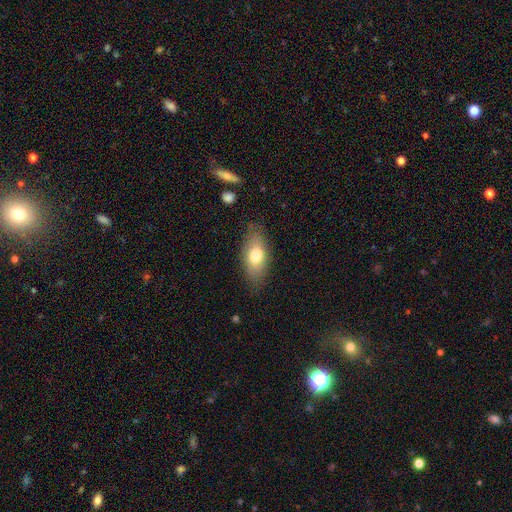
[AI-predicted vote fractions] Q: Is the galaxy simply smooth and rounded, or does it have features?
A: smooth — 73%.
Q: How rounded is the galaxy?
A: in between — 85%.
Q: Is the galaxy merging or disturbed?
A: none — 80%.